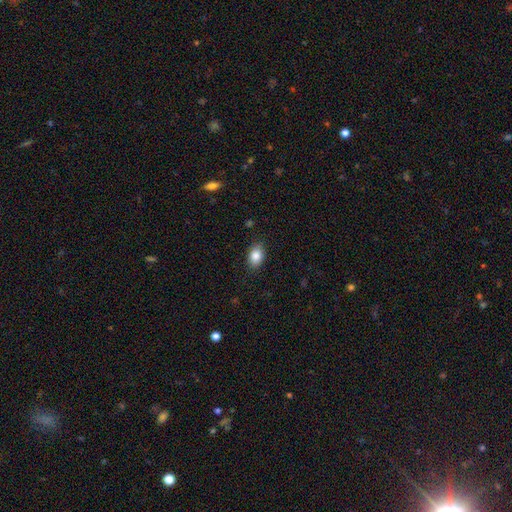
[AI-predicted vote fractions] Morphology: type=smooth (85%); roundness=in between (84%); merging=none (85%).